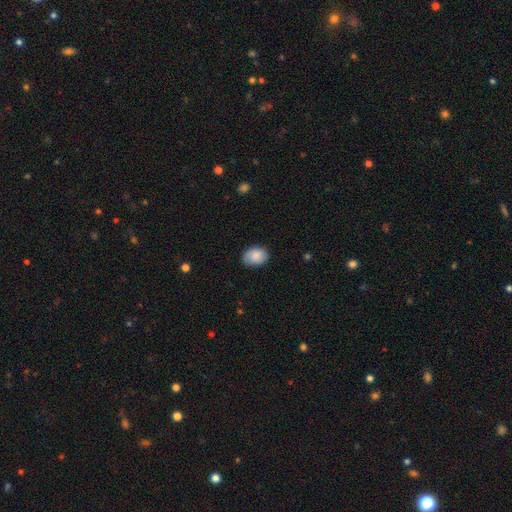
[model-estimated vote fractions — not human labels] This appears to be a smooth galaxy with no disk features (85%) that is in between round and cigar-shaped (71%). Merging: none (77%).